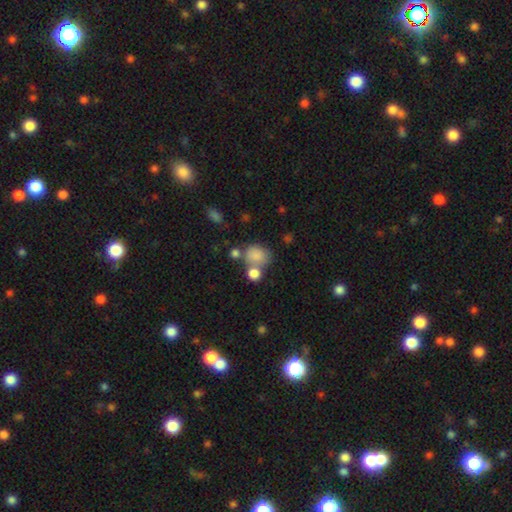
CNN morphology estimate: smooth 80%, star or artifact 11%, featured or disk 9%. Down the decision tree: how rounded — round (60%); merging — none (44%).